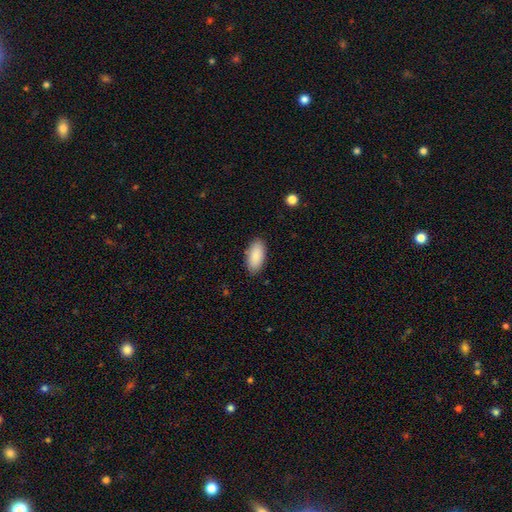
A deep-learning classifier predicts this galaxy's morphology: Smooth or featured? smooth (89%)
How rounded? in between (93%)
Merging? none (87%)